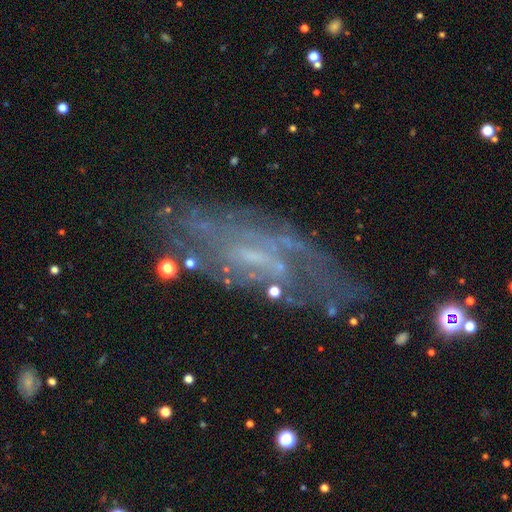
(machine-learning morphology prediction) The model was most divided on "bulge size": small: 43%, none: 36%, moderate: 18%, large: 2%, dominant: 1%. Remaining: edge-on disk — no (87%); smooth or featured — featured or disk (76%); spiral arms — yes (73%); merging — none (64%); bar — weak (46%).